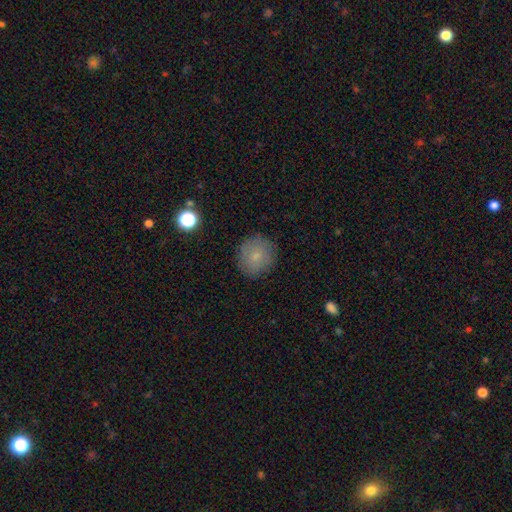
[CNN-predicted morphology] Overall: smooth (79%). How rounded: round (89%). Merging: none (86%).